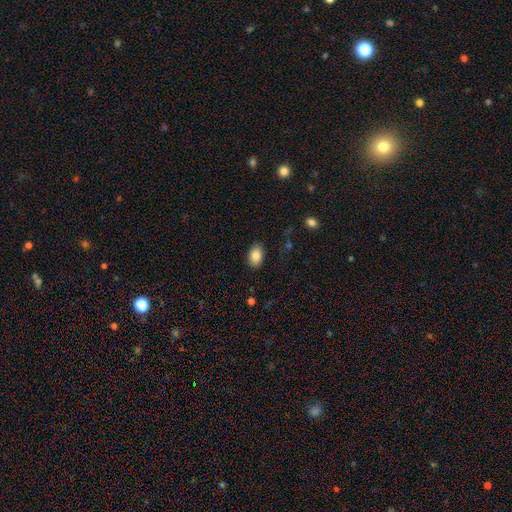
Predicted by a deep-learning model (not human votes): smooth_or_featured: smooth (p=0.86) [alt: star or artifact p=0.08]
how_rounded: in between (p=0.87) [alt: round p=0.12]
merging: none (p=0.87) [alt: minor disturbance p=0.09]